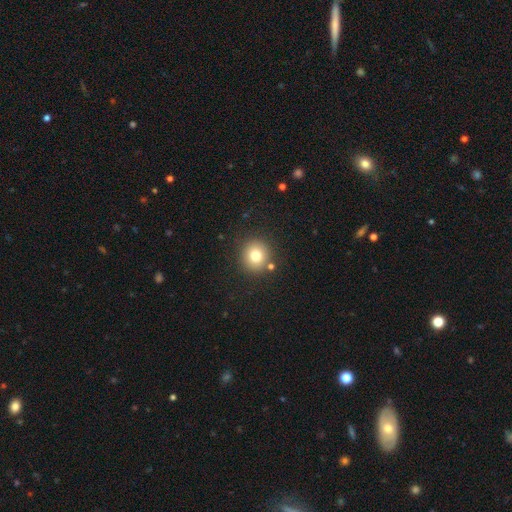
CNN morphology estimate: Smooth or featured?
  - smooth: 77% *
  - star or artifact: 13%
  - featured or disk: 11%
How rounded?
  - round: 90% *
  - in between: 9%
  - cigar-shaped: 1%
Merging?
  - none: 84% *
  - minor disturbance: 8%
  - merger: 5%
  - major disturbance: 3%